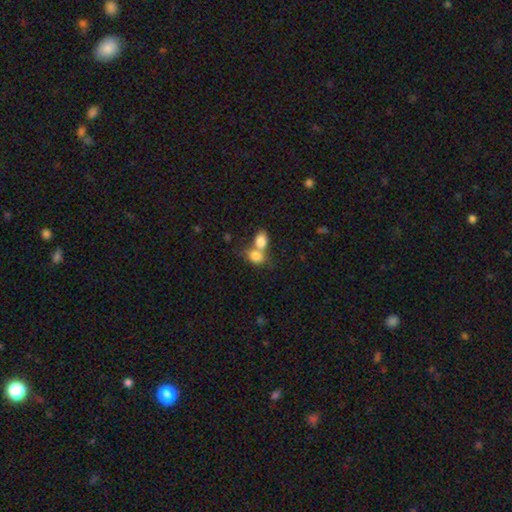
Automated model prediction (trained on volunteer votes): This is clearly a smooth galaxy (81%). How rounded: likely in between (70%). Merging: likely merger (65%).